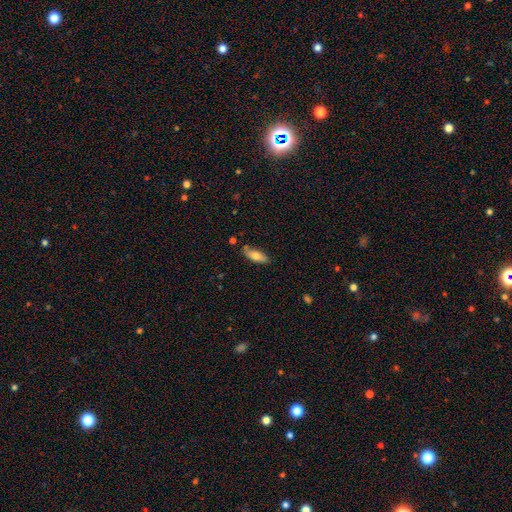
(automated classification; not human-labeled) A smooth galaxy with no disk features (71%) that is in between round and cigar-shaped (72%). Merging: none (78%).